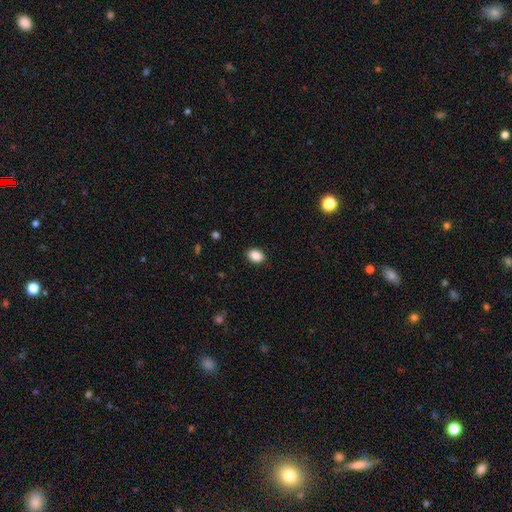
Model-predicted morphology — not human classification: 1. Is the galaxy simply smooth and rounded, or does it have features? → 89% smooth, 8% star or artifact, 3% featured or disk.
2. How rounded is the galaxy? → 75% in between, 24% round, 1% cigar-shaped.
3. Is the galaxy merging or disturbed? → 88% none, 9% minor disturbance, 2% major disturbance, 1% merger.